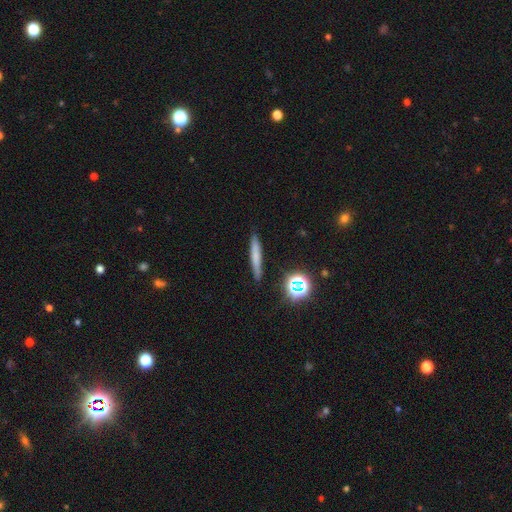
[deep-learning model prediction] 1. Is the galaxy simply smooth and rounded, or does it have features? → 62% smooth, 24% featured or disk, 13% star or artifact.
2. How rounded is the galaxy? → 92% cigar-shaped, 5% in between, 3% round.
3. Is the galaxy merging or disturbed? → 88% none, 8% minor disturbance, 2% major disturbance, 2% merger.